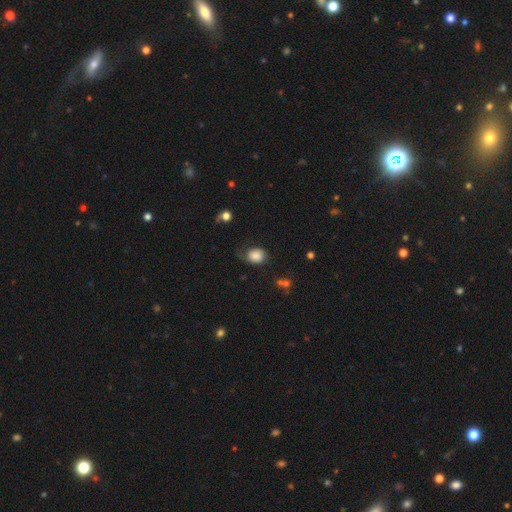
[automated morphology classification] Overall: smooth (80%). How rounded: round (52%; in between 47%). Merging: none (51%; minor disturbance 31%).